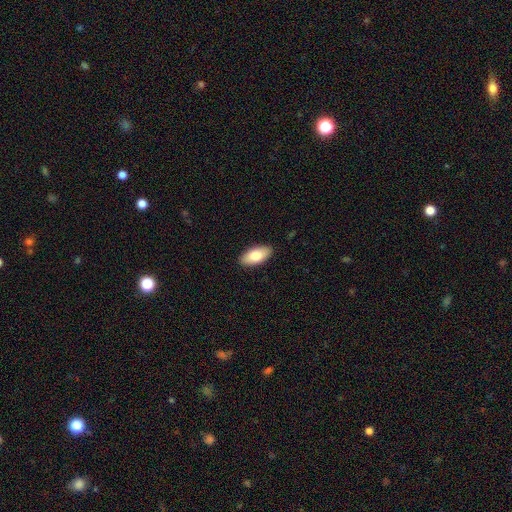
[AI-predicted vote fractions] Smooth or featured? Predicted: smooth (p=0.80). How rounded? Predicted: in between (p=0.92). Merging? Predicted: none (p=0.90).